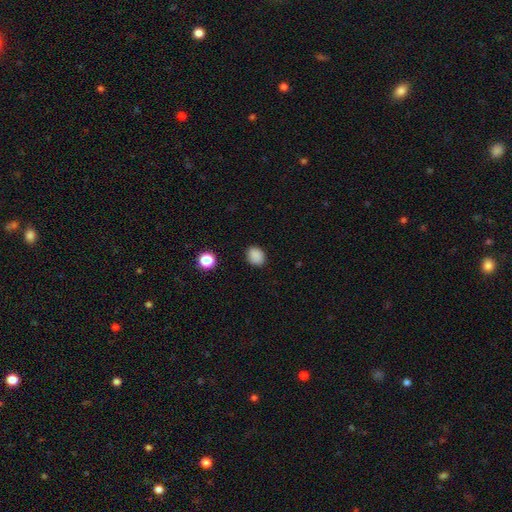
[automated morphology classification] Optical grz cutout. It shows a smooth galaxy with no disk features (86%) that is round (56%). Merging: none (86%).